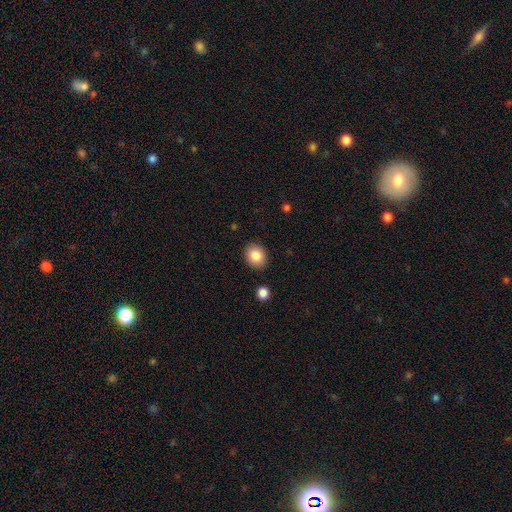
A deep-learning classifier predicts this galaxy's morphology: type=smooth (85%); roundness=round (55%); merging=none (88%).